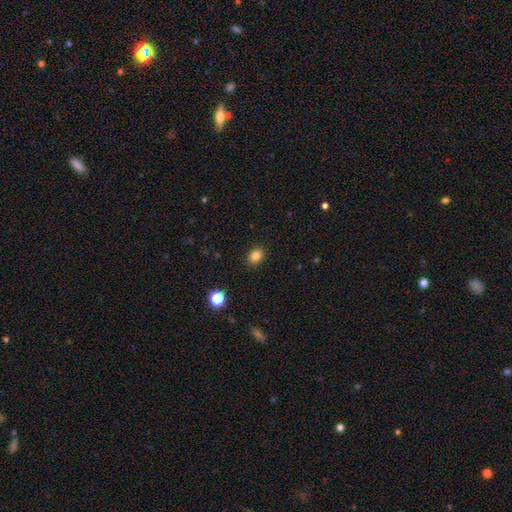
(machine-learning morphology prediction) smooth 83%, star or artifact 12%, featured or disk 5%. Down the decision tree: how rounded — in between (58%); merging — none (88%).